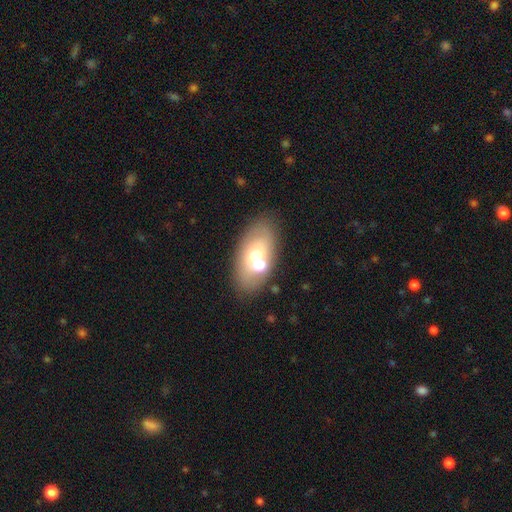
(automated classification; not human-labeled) smooth-or-featured: smooth: 54% | featured or disk: 34% | star or artifact: 12%
  how-rounded: in between: 87% | round: 11% | cigar-shaped: 2%
  merging: none: 61% | merger: 23% | minor disturbance: 11% | major disturbance: 5%